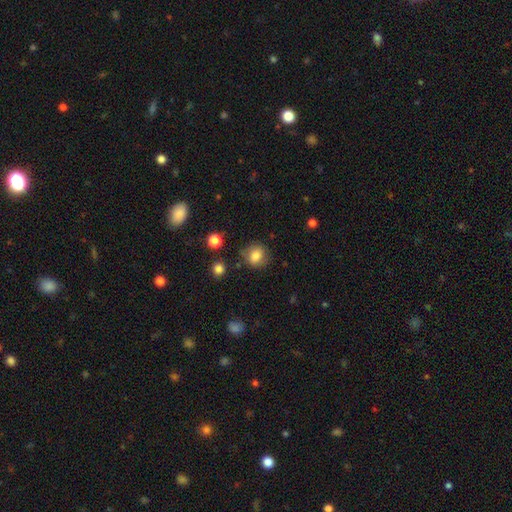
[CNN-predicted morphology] Smooth or featured? Predicted: smooth (p=0.80). How rounded? Predicted: round (p=0.73). Merging? Predicted: none (p=0.77).